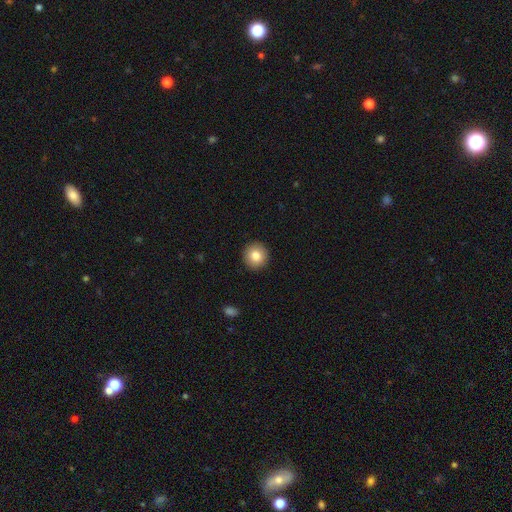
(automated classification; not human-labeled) smooth-or-featured: smooth: 83% | star or artifact: 9% | featured or disk: 9%
  how-rounded: round: 94% | in between: 5% | cigar-shaped: 1%
  merging: none: 92% | minor disturbance: 5% | major disturbance: 2% | merger: 1%